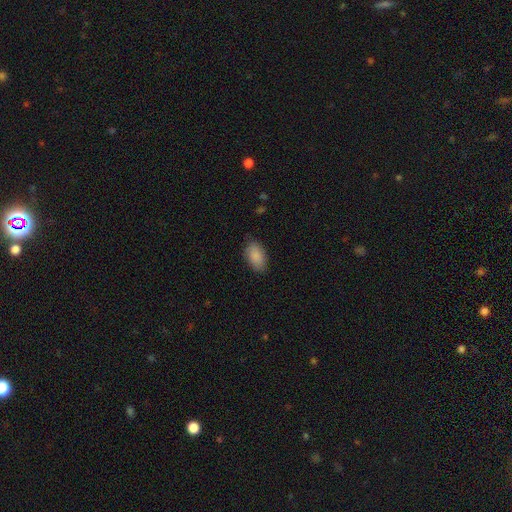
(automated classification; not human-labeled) This is clearly a smooth galaxy (89%). How rounded: clearly in between (93%). Merging: clearly none (81%).